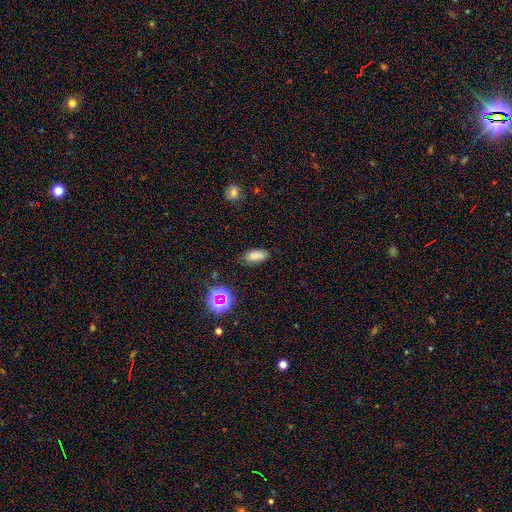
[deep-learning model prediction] A smooth galaxy with no disk features (77%) that is in between round and cigar-shaped (86%). Merging: none (73%).